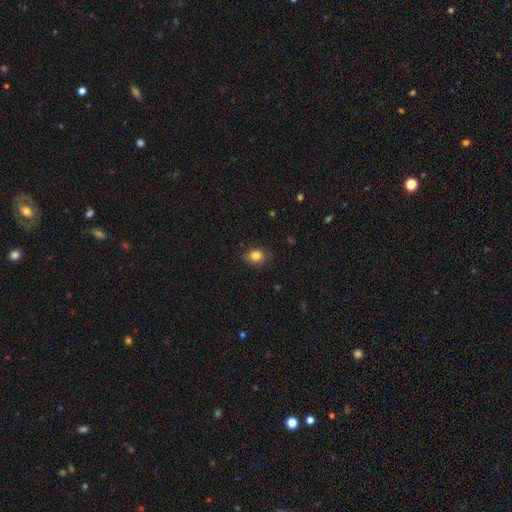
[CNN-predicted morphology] A smooth galaxy with no disk features (84%) that is in between round and cigar-shaped (60%). Merging: none (80%).